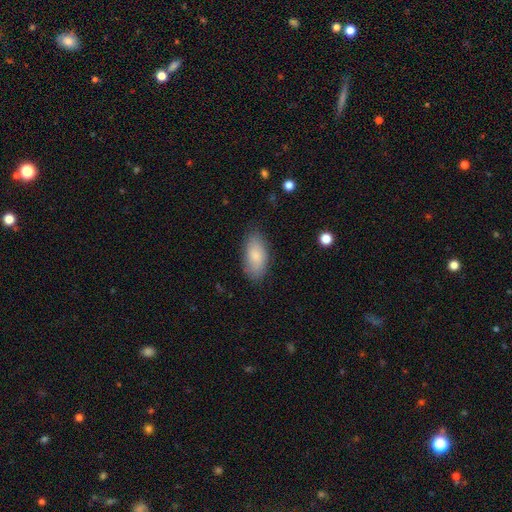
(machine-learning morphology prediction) Smooth or featured: smooth — 82% (featured or disk — 11%)
How rounded: in between — 91% (cigar-shaped — 6%)
Merging: none — 80% (minor disturbance — 16%)